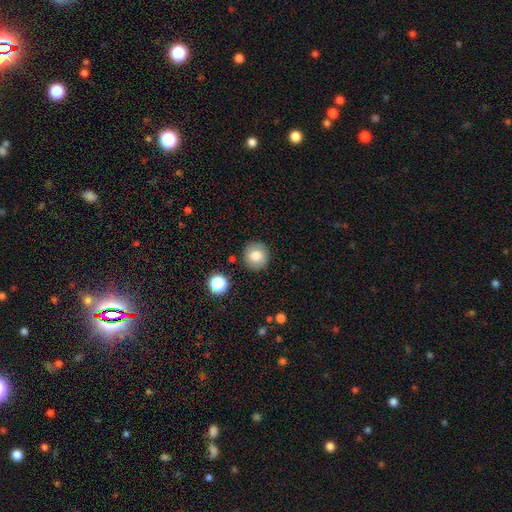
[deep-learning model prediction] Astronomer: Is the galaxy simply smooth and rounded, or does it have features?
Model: smooth — 77%.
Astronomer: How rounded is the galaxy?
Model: round — 91%.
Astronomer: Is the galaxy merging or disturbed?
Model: none — 88%.